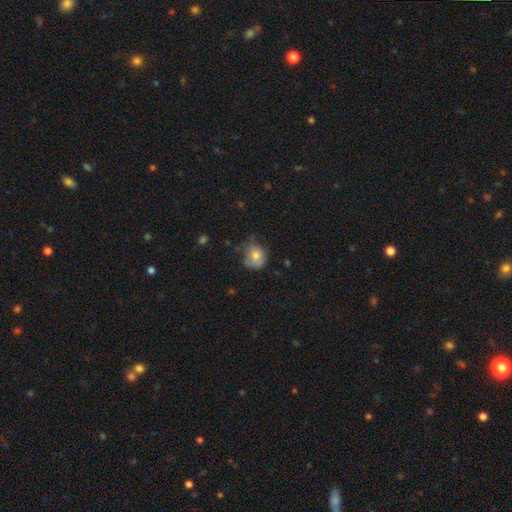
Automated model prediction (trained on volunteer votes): Overall: smooth (74%). How rounded: round (69%; in between 30%). Merging: none (46%; minor disturbance 35%).